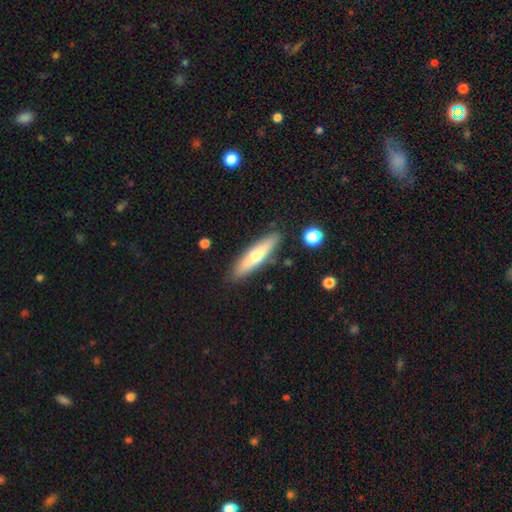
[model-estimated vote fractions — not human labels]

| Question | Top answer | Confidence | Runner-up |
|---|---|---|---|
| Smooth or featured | smooth | 54% | featured or disk (41%) |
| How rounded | cigar-shaped | 77% | in between (21%) |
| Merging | none | 86% | minor disturbance (9%) |